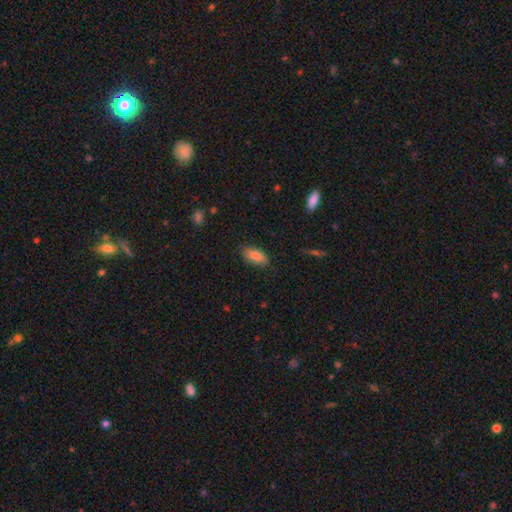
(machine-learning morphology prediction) This is clearly a smooth galaxy (81%). How rounded: clearly in between (85%). Merging: clearly none (81%).